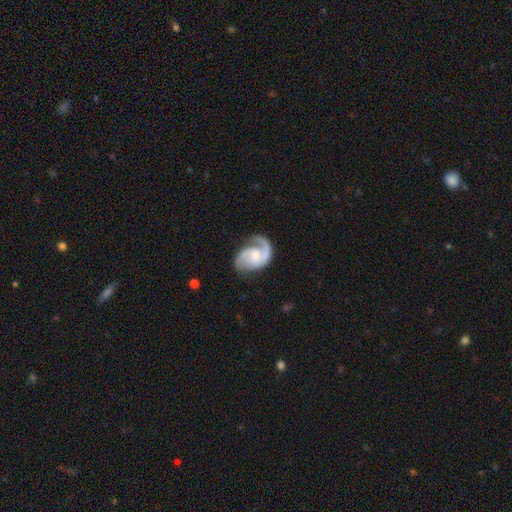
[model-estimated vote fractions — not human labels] This is clearly a featured or disk galaxy (89%). It is clearly not viewed edge-on (98%). Bar: possibly no (54%). Spiral arm pattern: clearly yes (97%). Spiral arm count: likely 2 (74%). Spiral winding: possibly medium (53%). Central bulge: possibly moderate (48%). Merging: likely none (65%).